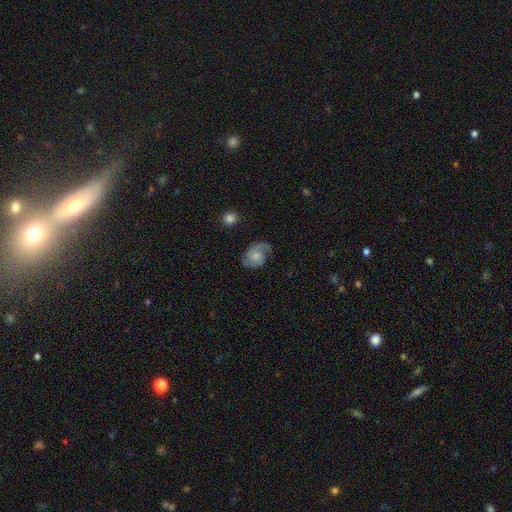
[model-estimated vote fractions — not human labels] Smooth or featured? featured or disk (74%)
Edge-on disk? no (97%)
Bar? no (66%)
Spiral arms? yes (95%)
Spiral winding? medium (48%)
Spiral arm count? 2 (69%)
Bulge size? small (48%)
Merging? none (66%)